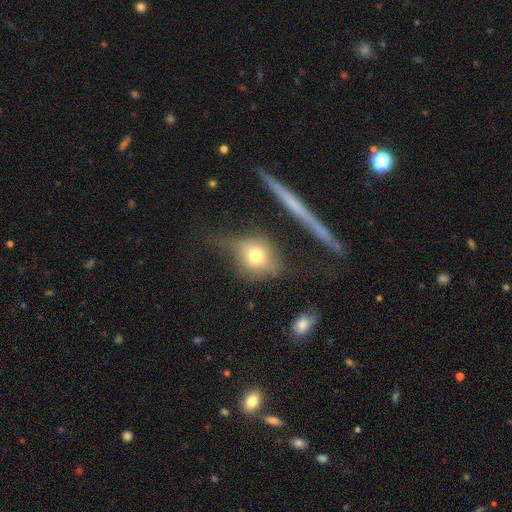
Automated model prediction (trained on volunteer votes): Smooth or featured: smooth — 65% (featured or disk — 22%)
How rounded: round — 71% (in between — 24%)
Merging: none — 61% (minor disturbance — 20%)